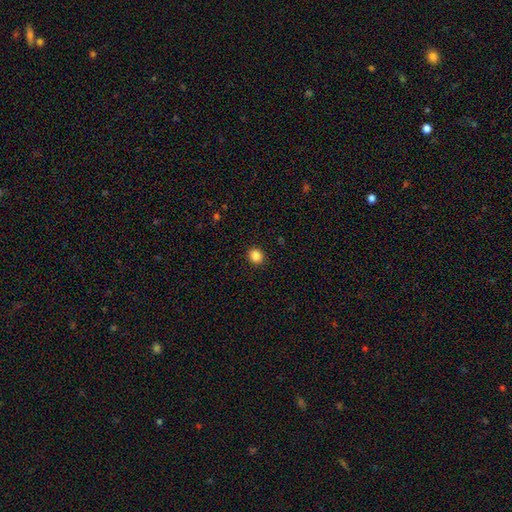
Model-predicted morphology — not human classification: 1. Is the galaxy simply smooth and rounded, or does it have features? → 86% smooth, 11% star or artifact, 4% featured or disk.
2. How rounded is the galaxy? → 79% round, 20% in between, 1% cigar-shaped.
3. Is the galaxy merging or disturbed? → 91% none, 6% minor disturbance, 2% major disturbance, 1% merger.